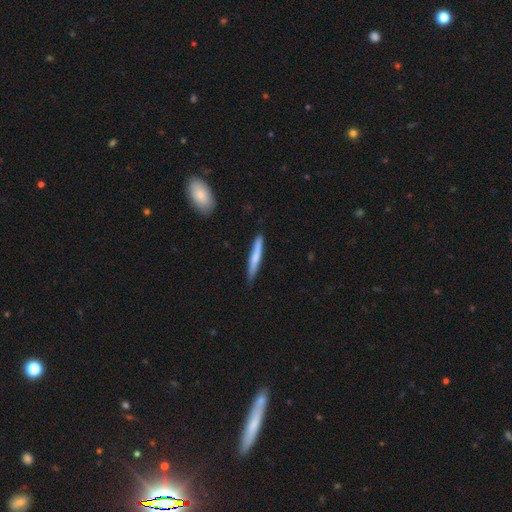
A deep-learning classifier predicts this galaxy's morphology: A smooth galaxy with no disk features (65%) that is cigar-shaped (94%). Merging: none (82%).